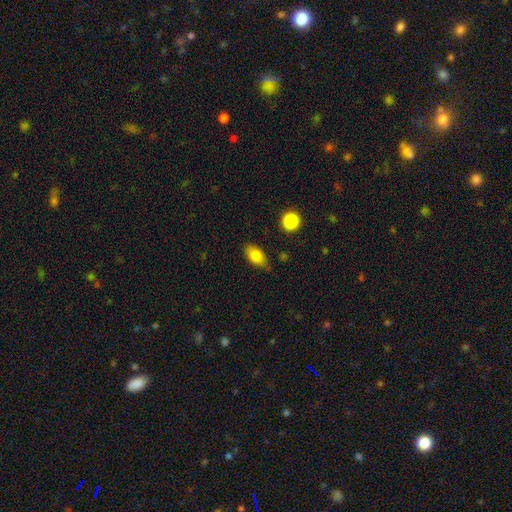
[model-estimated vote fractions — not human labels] Q: Smooth or featured?
A: smooth (81%); runner-up: featured or disk (11%)
Q: How rounded?
A: in between (87%); runner-up: round (9%)
Q: Merging?
A: none (72%); runner-up: minor disturbance (21%)